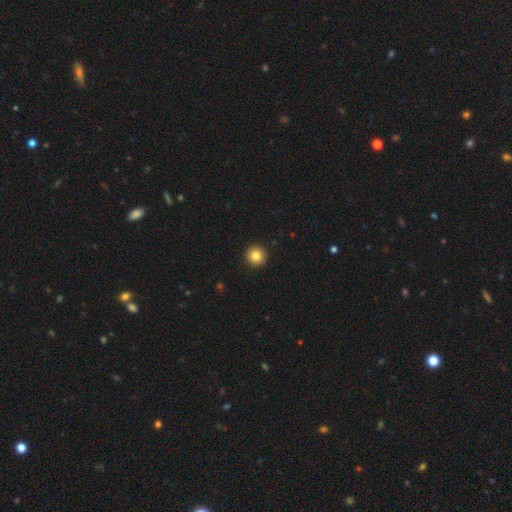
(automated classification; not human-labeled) The model was most divided on "smooth or featured": smooth: 84%, star or artifact: 10%, featured or disk: 6%. More confident: how rounded — round (96%); merging — none (94%).